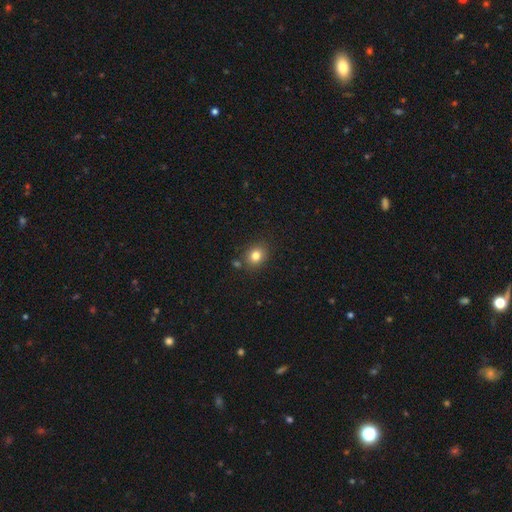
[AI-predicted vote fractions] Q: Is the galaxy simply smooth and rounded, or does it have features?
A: smooth — 81%.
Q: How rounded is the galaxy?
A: round — 66%.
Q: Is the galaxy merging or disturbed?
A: none — 81%.